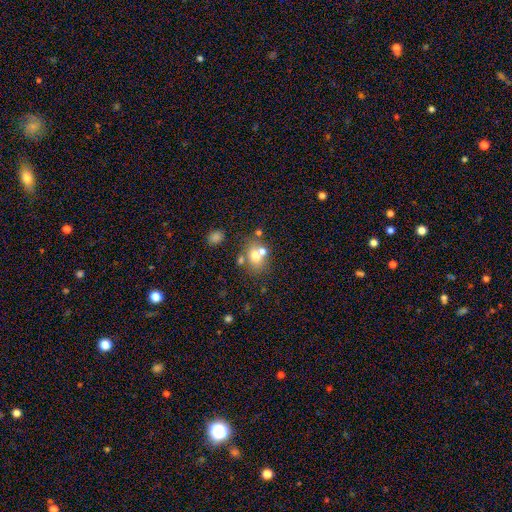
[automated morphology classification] A smooth galaxy with no disk features (64%) that is round (53%).

Vote fractions:
- Smooth or featured? smooth: 64% / featured or disk: 22% / star or artifact: 14%
- How rounded? round: 53% / in between: 46% / cigar-shaped: 1%
- Merging? none: 47% / merger: 38% / minor disturbance: 10% / major disturbance: 5%